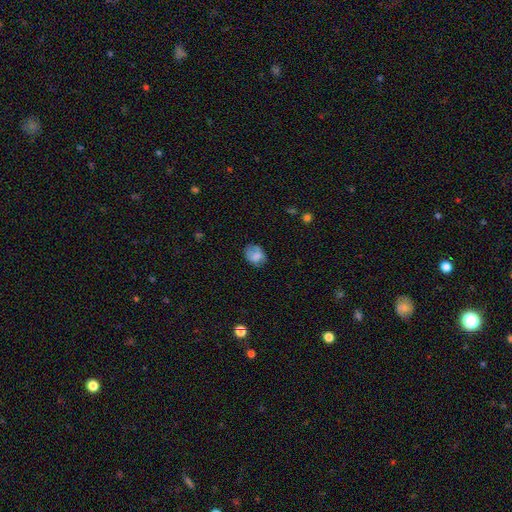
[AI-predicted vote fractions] Overall: smooth (74%). How rounded: in between (57%; round 42%). Merging: none (60%; minor disturbance 27%).